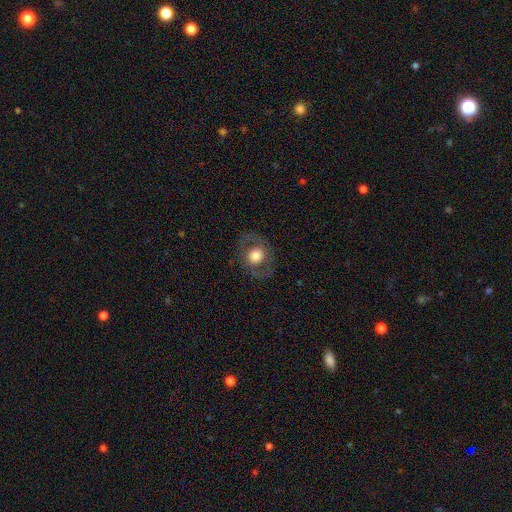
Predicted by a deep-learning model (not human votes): smooth-or-featured: smooth: 52% | featured or disk: 40% | star or artifact: 8%
  how-rounded: round: 78% | in between: 21% | cigar-shaped: 1%
  merging: none: 78% | minor disturbance: 11% | major disturbance: 9% | merger: 1%